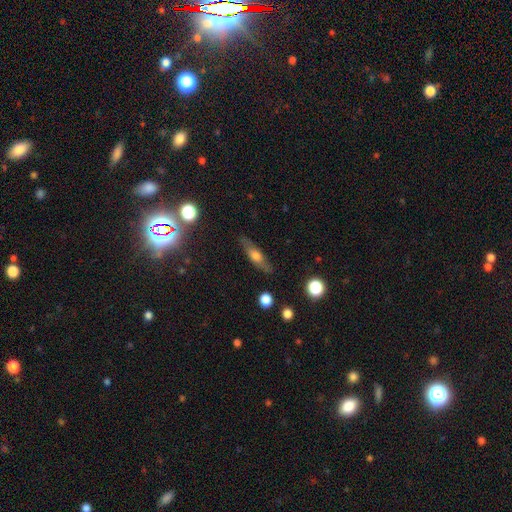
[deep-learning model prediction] smooth_or_featured: smooth (p=0.48) [alt: featured or disk p=0.44]
merging: none (p=0.82) [alt: minor disturbance p=0.13]